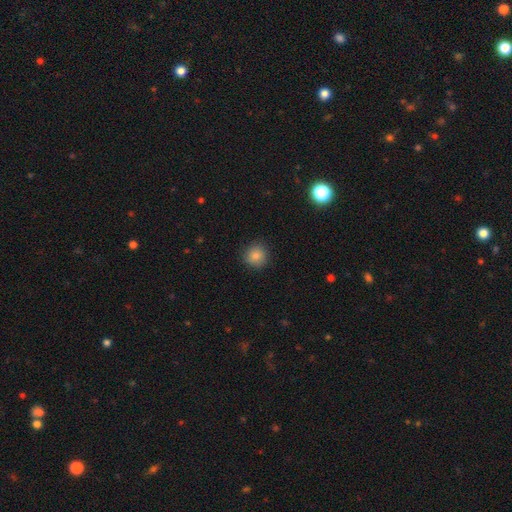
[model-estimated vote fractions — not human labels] Q: Smooth or featured?
A: smooth (84%); runner-up: star or artifact (11%)
Q: How rounded?
A: round (92%); runner-up: in between (7%)
Q: Merging?
A: none (89%); runner-up: minor disturbance (8%)